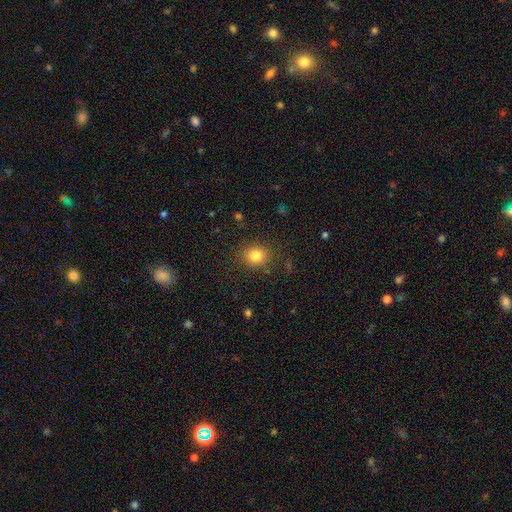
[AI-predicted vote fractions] Smooth or featured? Predicted: smooth (p=0.82). How rounded? Predicted: round (p=0.75). Merging? Predicted: none (p=0.85).